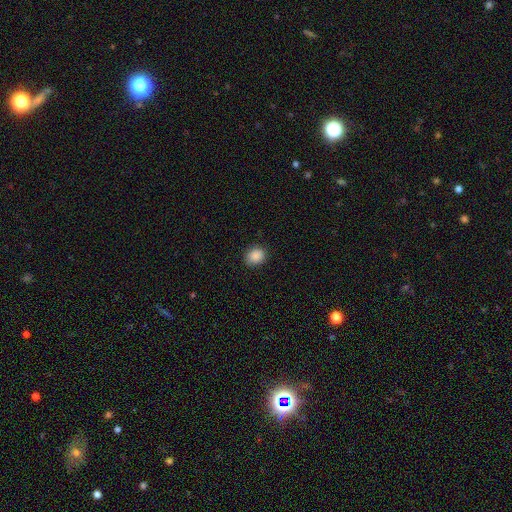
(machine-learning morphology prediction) Smooth or featured? Predicted: smooth (p=0.88). How rounded? Predicted: round (p=0.63). Merging? Predicted: none (p=0.88).